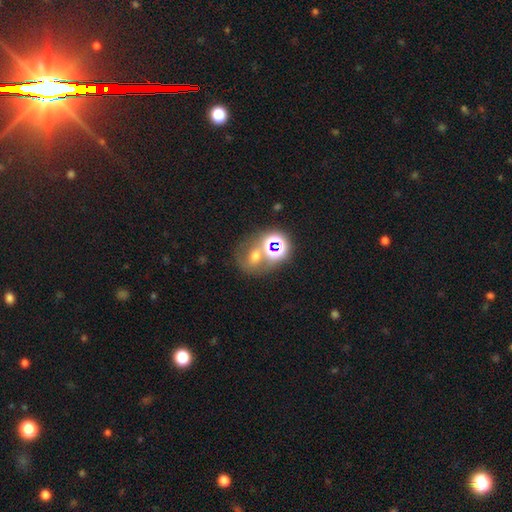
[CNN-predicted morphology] Smooth or featured: smooth — 40% (star or artifact — 36%)
Merging: none — 47% (merger — 33%)